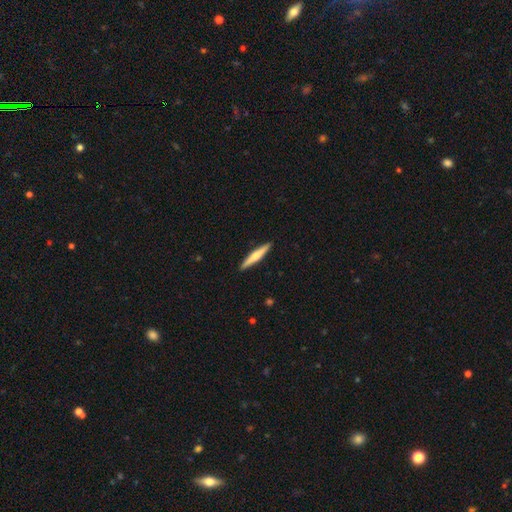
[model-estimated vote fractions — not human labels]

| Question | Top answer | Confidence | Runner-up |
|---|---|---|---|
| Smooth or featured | featured or disk | 50% | smooth (45%) |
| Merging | none | 91% | minor disturbance (6%) |